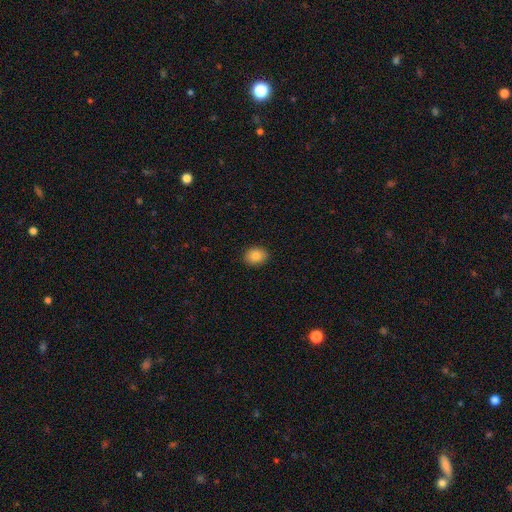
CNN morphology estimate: Overall: smooth (87%). How rounded: in between (59%; round 40%). Merging: none (90%).